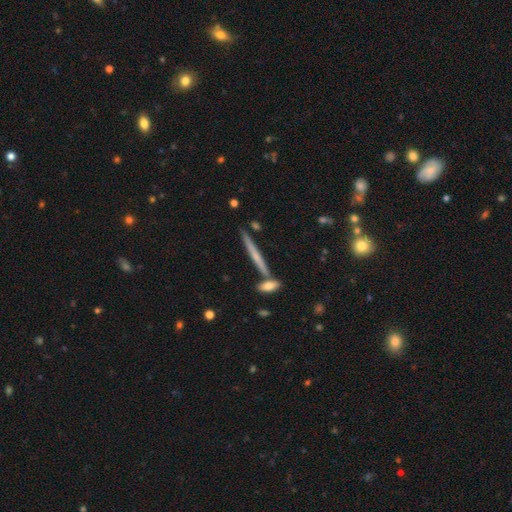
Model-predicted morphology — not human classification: Q: Smooth or featured?
A: featured or disk (47%); runner-up: smooth (46%)
Q: Merging?
A: none (80%); runner-up: minor disturbance (9%)